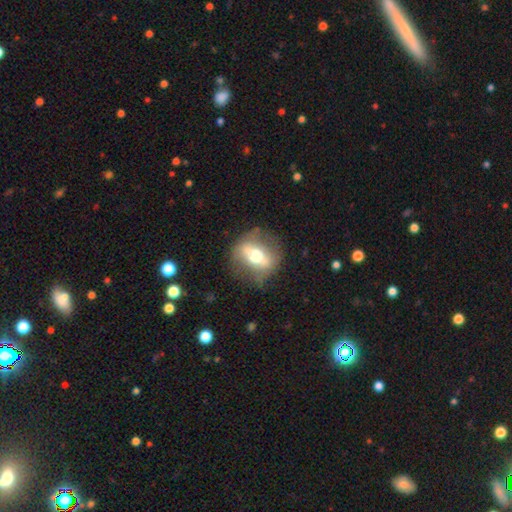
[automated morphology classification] type=featured or disk (61%); edge-on=no (62%); merging=none (75%).